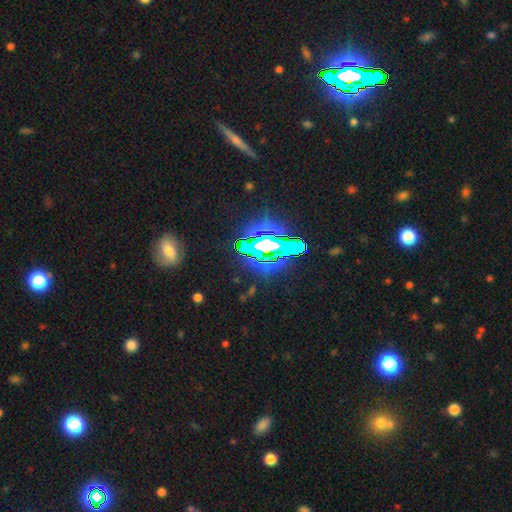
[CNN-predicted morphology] type=star or artifact (74%).